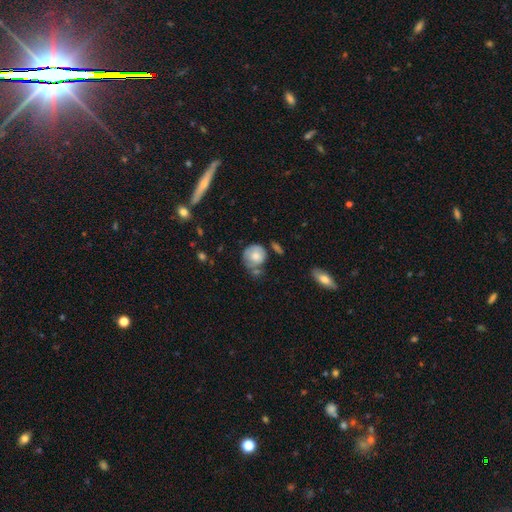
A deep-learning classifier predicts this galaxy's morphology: Q: Smooth or featured?
A: smooth (65%); runner-up: featured or disk (28%)
Q: How rounded?
A: round (81%); runner-up: in between (18%)
Q: Merging?
A: none (47%); runner-up: minor disturbance (27%)